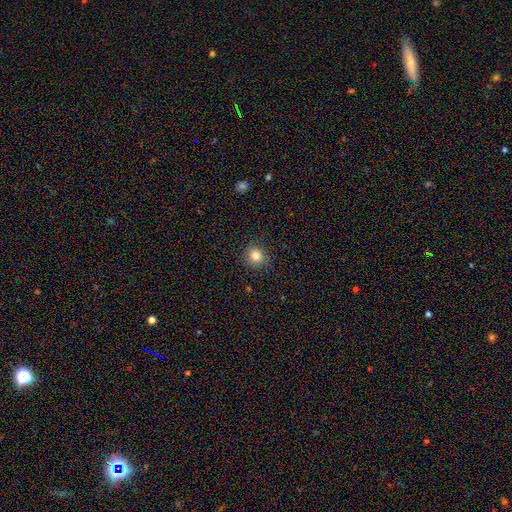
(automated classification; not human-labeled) Morphology: type=smooth (83%); roundness=round (89%); merging=none (89%).